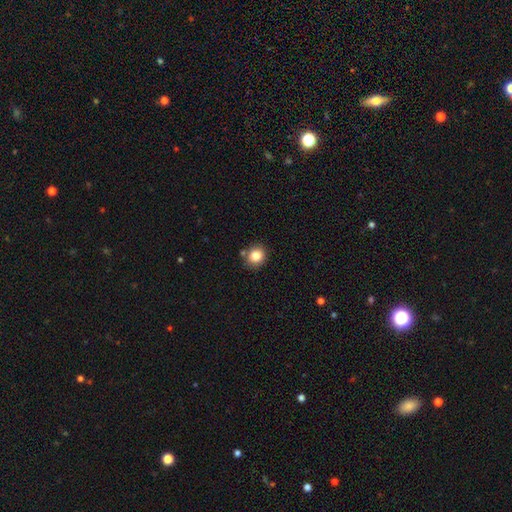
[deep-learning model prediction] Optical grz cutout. It shows a smooth galaxy with no disk features (84%) that is round (78%). Merging: none (80%).